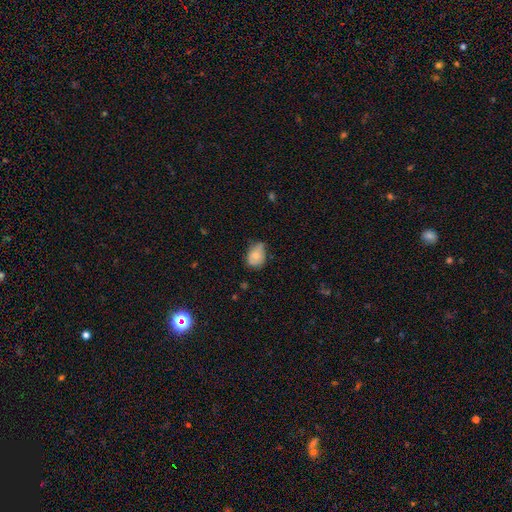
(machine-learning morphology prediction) A smooth galaxy with no disk features (71%) that is in between round and cigar-shaped (71%).

Vote fractions:
- Smooth or featured? smooth: 71% / featured or disk: 21% / star or artifact: 8%
- How rounded? in between: 71% / round: 28% / cigar-shaped: 1%
- Merging? minor disturbance: 45% / none: 40% / major disturbance: 12% / merger: 2%